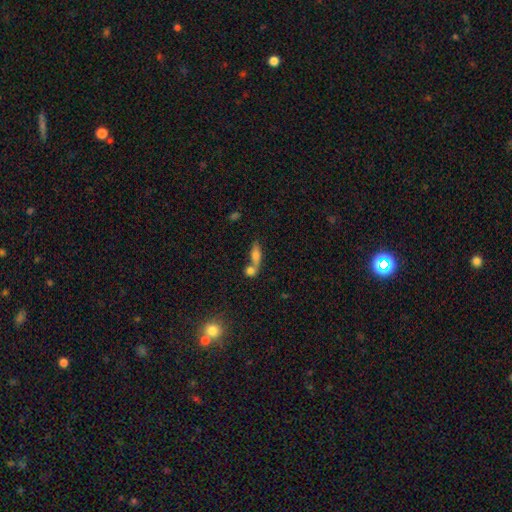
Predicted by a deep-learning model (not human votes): This is likely a smooth galaxy (67%). How rounded: likely in between (61%). Merging: possibly merger (53%).